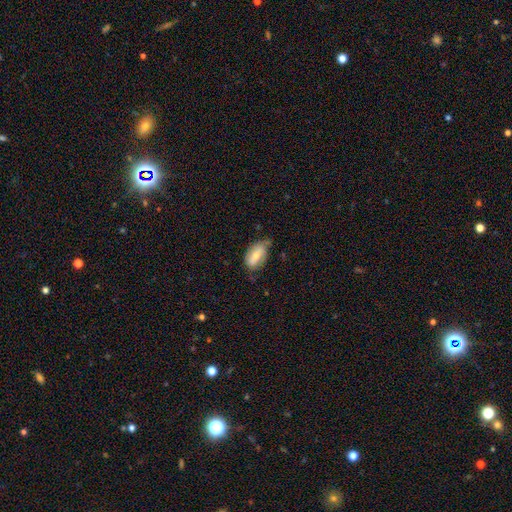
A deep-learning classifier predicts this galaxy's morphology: Overall: smooth (63%; featured or disk 30%). How rounded: in between (91%). Merging: none (54%; minor disturbance 35%).